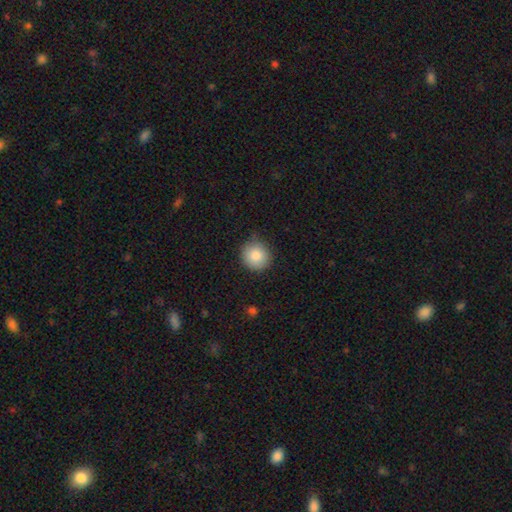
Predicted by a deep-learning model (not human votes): Smooth or featured: smooth — 86% (star or artifact — 8%)
How rounded: round — 90% (in between — 9%)
Merging: none — 81% (minor disturbance — 15%)